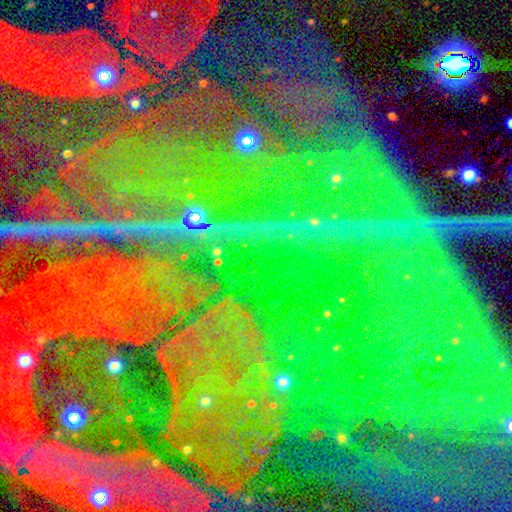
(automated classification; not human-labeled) A star or artifact, not a galaxy (87%).

Vote fractions:
- Smooth or featured? star or artifact: 87% / featured or disk: 7% / smooth: 6%